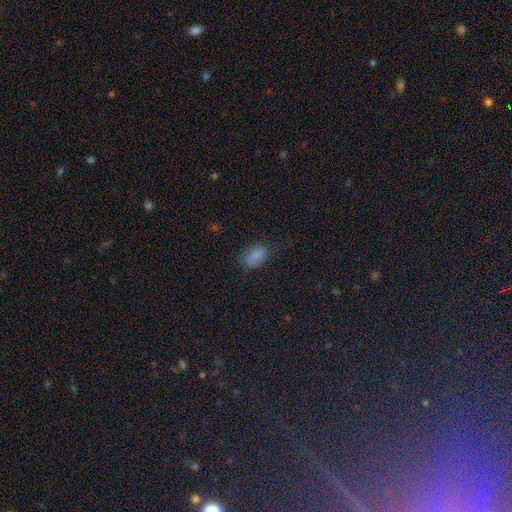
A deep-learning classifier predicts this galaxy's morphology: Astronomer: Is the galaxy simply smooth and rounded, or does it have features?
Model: smooth — 77%.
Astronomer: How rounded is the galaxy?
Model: in between — 84%.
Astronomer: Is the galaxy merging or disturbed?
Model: none — 66%.